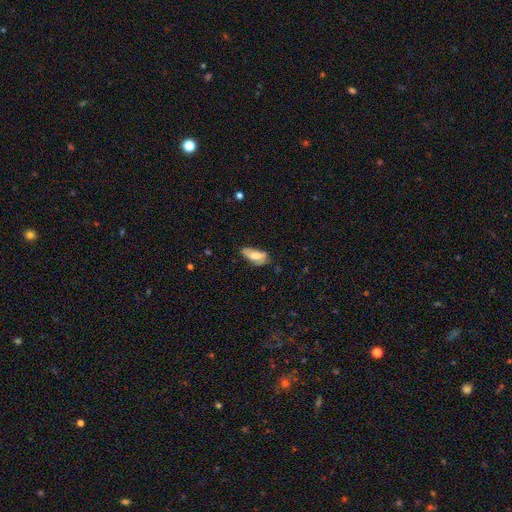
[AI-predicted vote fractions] Smooth or featured? smooth (69%)
How rounded? in between (81%)
Merging? minor disturbance (38%)